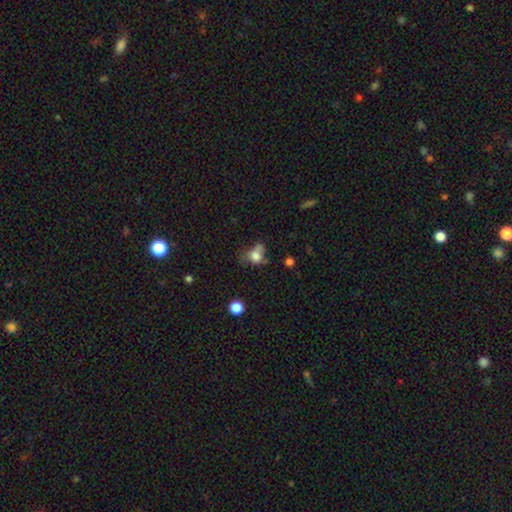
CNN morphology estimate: Smooth or featured: smooth — 69% (featured or disk — 17%)
How rounded: in between — 53% (round — 45%)
Merging: none — 33% (major disturbance — 26%)